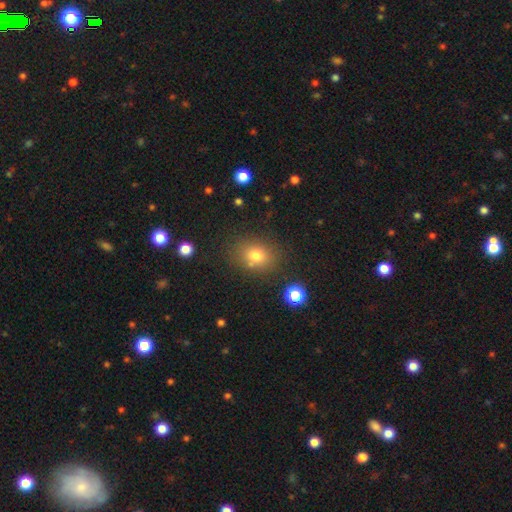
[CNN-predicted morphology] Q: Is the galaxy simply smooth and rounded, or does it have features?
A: smooth — 76%.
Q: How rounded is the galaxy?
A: round — 51%.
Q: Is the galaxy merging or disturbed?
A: none — 78%.